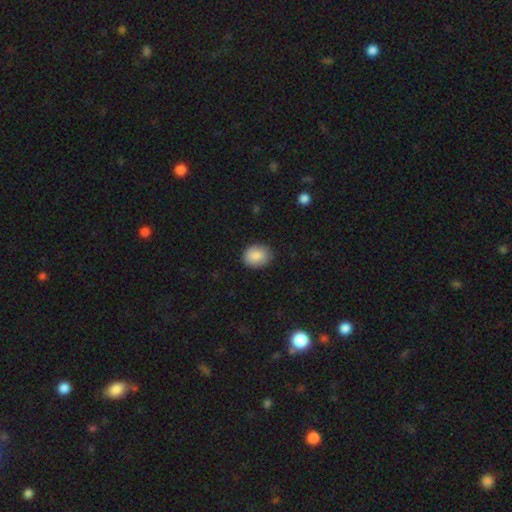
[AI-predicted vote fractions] This is clearly a smooth galaxy (87%). How rounded: possibly round (53%). Merging: clearly none (85%).